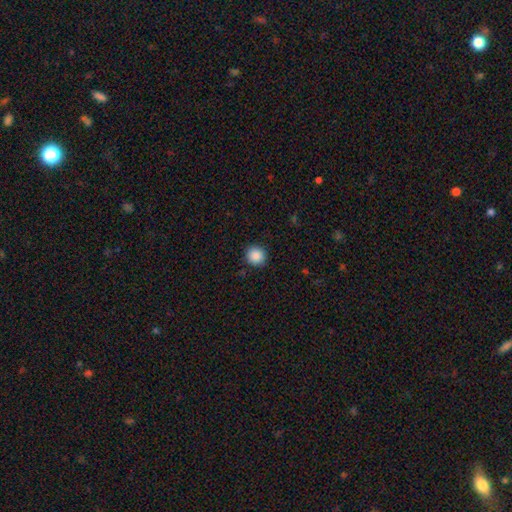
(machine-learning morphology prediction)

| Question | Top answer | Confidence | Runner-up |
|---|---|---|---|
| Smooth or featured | smooth | 88% | star or artifact (9%) |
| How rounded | round | 92% | in between (7%) |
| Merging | none | 91% | minor disturbance (6%) |